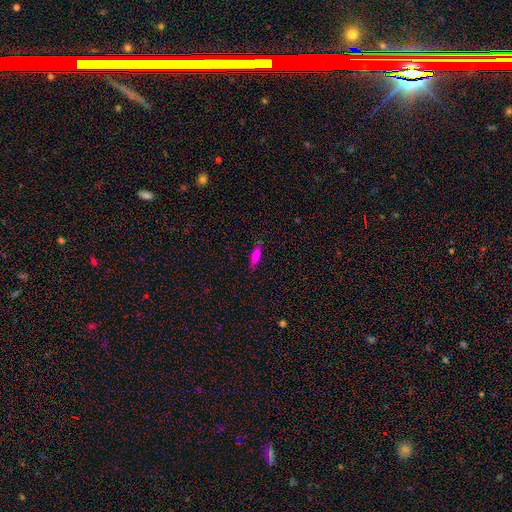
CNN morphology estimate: smooth 71%, featured or disk 22%, star or artifact 7%. Down the decision tree: how rounded — cigar-shaped (62%); merging — none (86%).